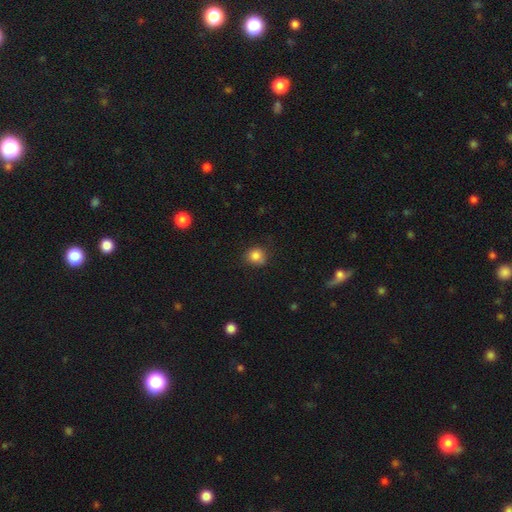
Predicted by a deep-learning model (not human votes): Smooth or featured?
  - smooth: 84% *
  - star or artifact: 11%
  - featured or disk: 5%
How rounded?
  - round: 79% *
  - in between: 20%
  - cigar-shaped: 1%
Merging?
  - none: 74% *
  - minor disturbance: 20%
  - major disturbance: 4%
  - merger: 1%